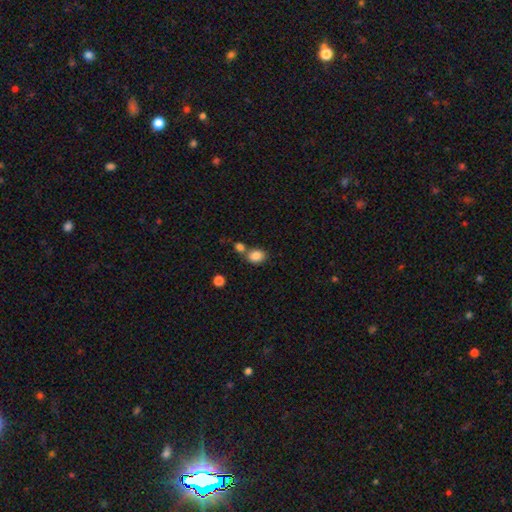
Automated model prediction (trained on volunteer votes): This is clearly a smooth galaxy (85%). How rounded: possibly in between (55%). Merging: possibly none (53%).